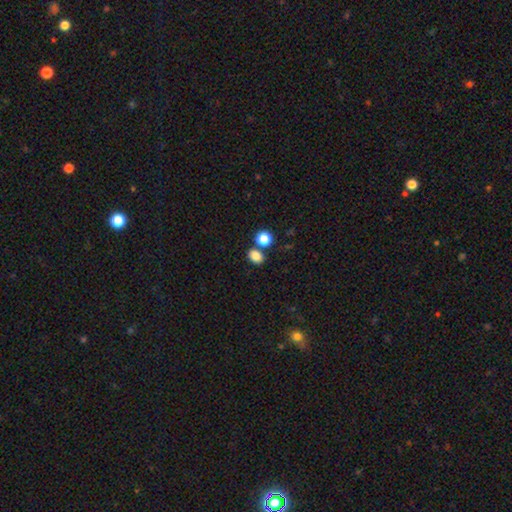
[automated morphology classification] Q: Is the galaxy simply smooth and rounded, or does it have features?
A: smooth — 84%.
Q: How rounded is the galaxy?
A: in between — 55%.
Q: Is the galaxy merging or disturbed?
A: none — 69%.